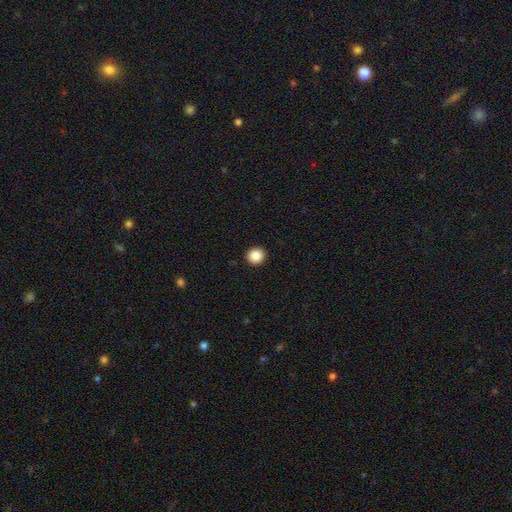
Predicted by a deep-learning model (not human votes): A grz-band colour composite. It shows a smooth galaxy with no disk features (87%) that is round (89%). Merging: none (93%).